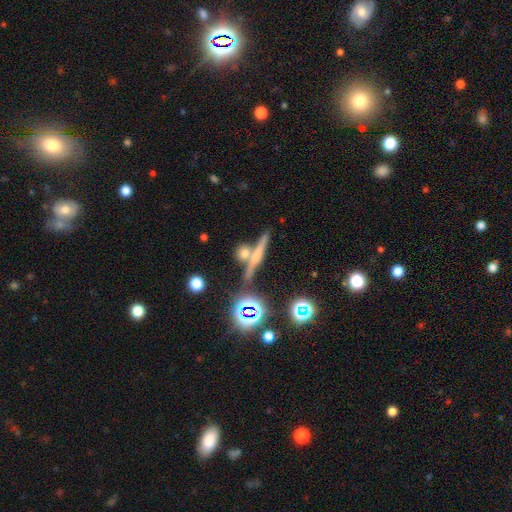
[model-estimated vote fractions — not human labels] featured or disk 42%, smooth 39%, star or artifact 18%. Down the decision tree: merging — none (65%).